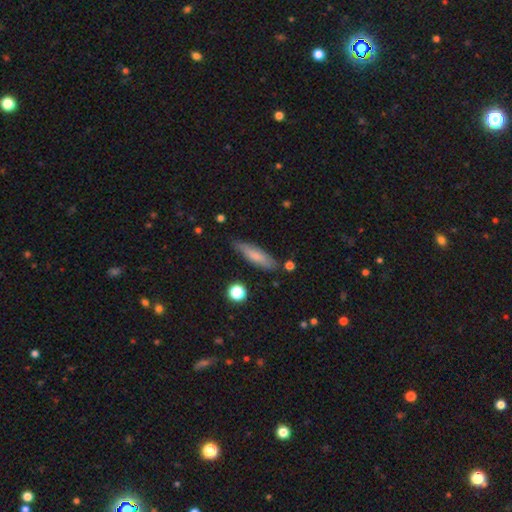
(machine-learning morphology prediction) Overall: smooth (71%). How rounded: cigar-shaped (66%; in between 32%). Merging: none (77%).